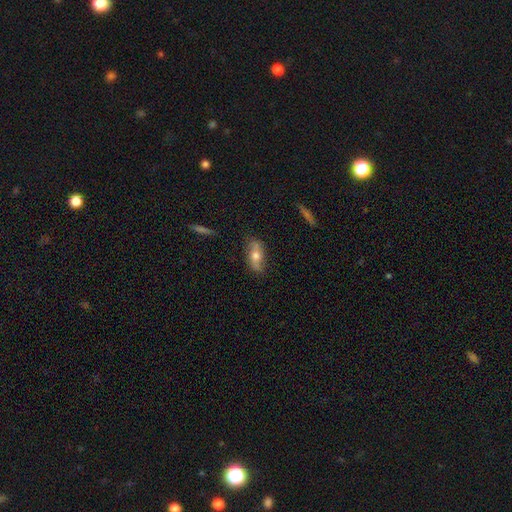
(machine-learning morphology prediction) type=smooth (54%); roundness=in between (81%); merging=none (79%).